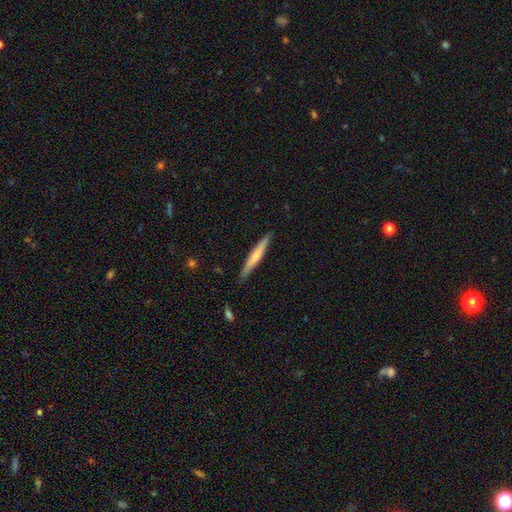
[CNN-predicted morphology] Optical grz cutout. It shows a smooth galaxy with no disk features (59%) that is cigar-shaped (95%). Merging: none (89%).